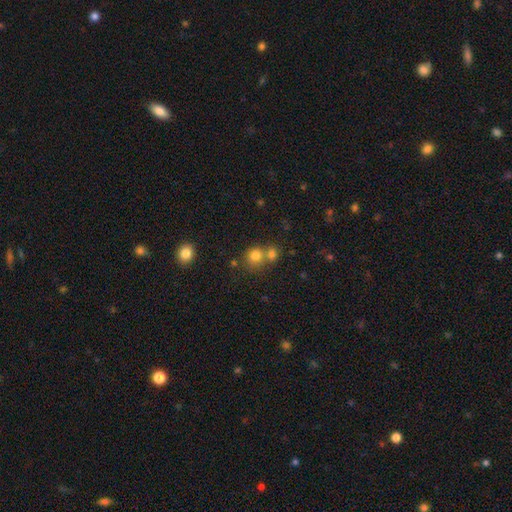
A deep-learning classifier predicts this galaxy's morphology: A smooth galaxy with no disk features (78%) that is round (85%). Merging: none (52%).